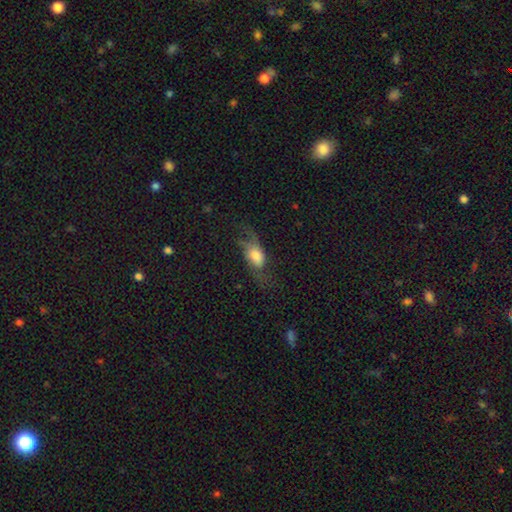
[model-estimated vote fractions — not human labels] Q: Smooth or featured?
A: smooth (48%); runner-up: featured or disk (43%)
Q: Merging?
A: none (42%); runner-up: major disturbance (32%)